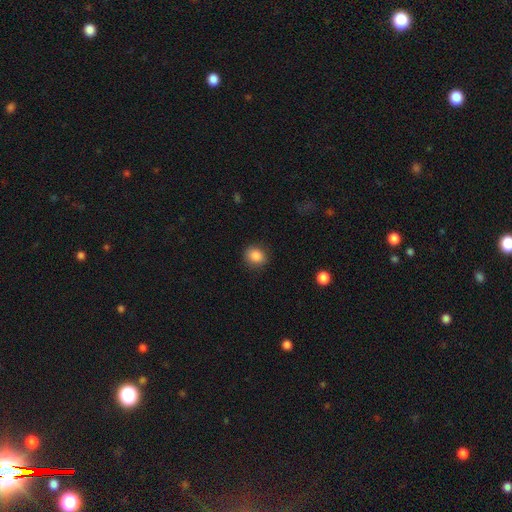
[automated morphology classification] Smooth or featured?
  - smooth: 86% *
  - star or artifact: 10%
  - featured or disk: 5%
How rounded?
  - round: 70% *
  - in between: 29%
  - cigar-shaped: 1%
Merging?
  - none: 86% *
  - minor disturbance: 10%
  - major disturbance: 3%
  - merger: 1%